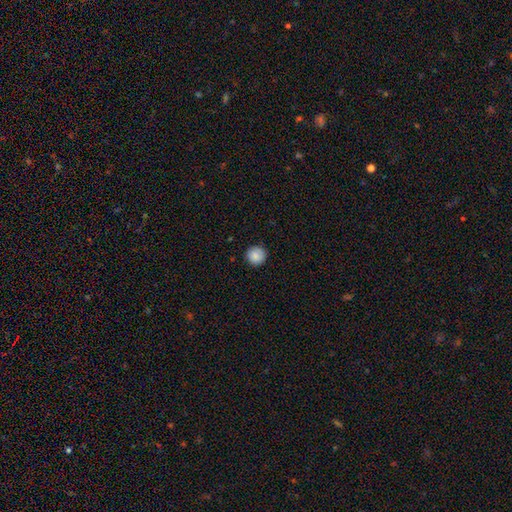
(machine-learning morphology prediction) A smooth galaxy with no disk features (88%) that is round (95%). Merging: none (90%).